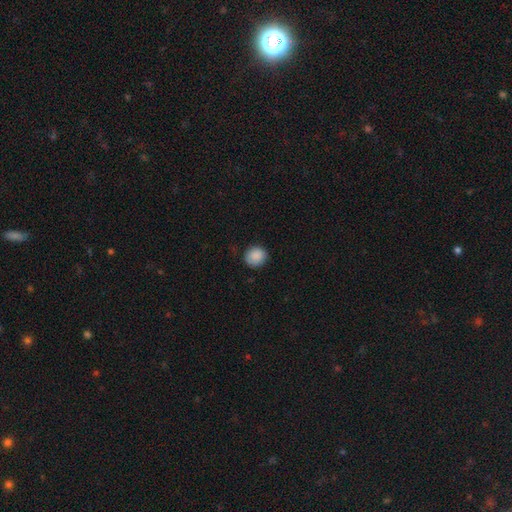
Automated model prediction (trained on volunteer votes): A smooth galaxy with no disk features (88%) that is round (85%).

Vote fractions:
- Smooth or featured? smooth: 88% / star or artifact: 8% / featured or disk: 4%
- How rounded? round: 85% / in between: 14% / cigar-shaped: 1%
- Merging? none: 83% / minor disturbance: 14% / major disturbance: 3% / merger: 1%